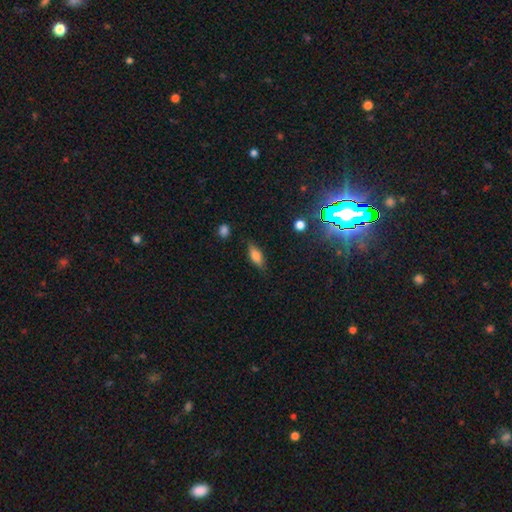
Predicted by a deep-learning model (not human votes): A smooth galaxy with no disk features (64%) that is in between round and cigar-shaped (66%). Merging: none (80%).